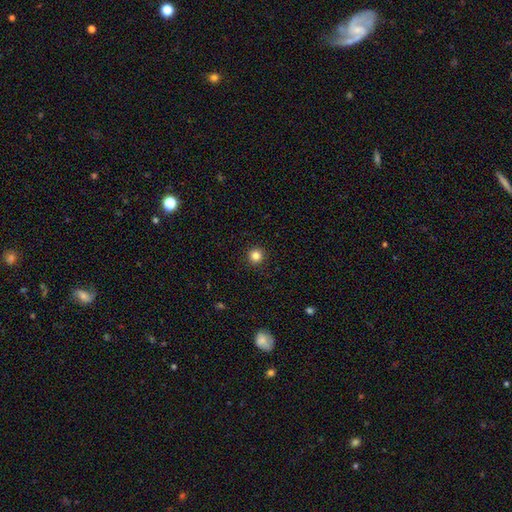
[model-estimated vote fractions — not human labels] Morphology: type=smooth (84%); roundness=round (96%); merging=none (93%).